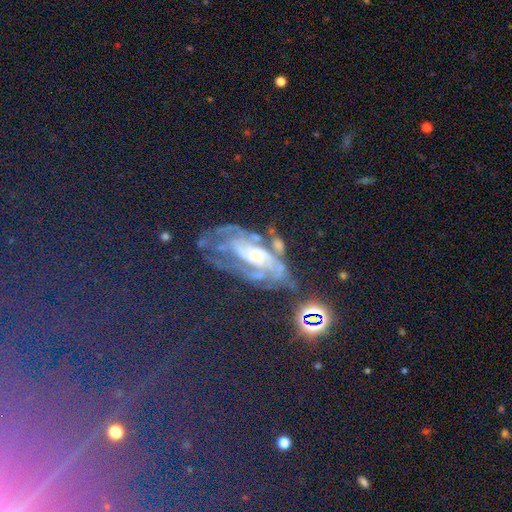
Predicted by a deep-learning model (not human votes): smooth-or-featured: featured or disk: 58% | star or artifact: 26% | smooth: 16%
  disk-edge-on: no: 89% | yes: 11%
    bar: no: 67% | weak: 23% | strong: 10%
    has-spiral-arms: yes: 77% | no: 23%
    bulge-size: small: 56% | moderate: 29% | large: 6% | none: 6% | dominant: 3%
  merging: none: 45% | major disturbance: 25% | minor disturbance: 23% | merger: 7%